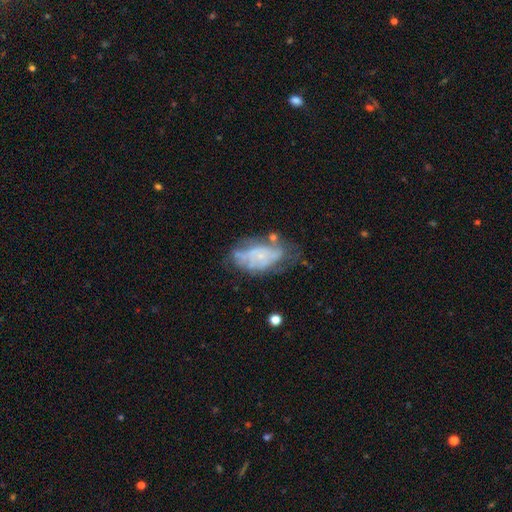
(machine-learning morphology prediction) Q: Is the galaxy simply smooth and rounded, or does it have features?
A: featured or disk — 54%.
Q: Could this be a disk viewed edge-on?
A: no — 91%.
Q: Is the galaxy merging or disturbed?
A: none — 48%.